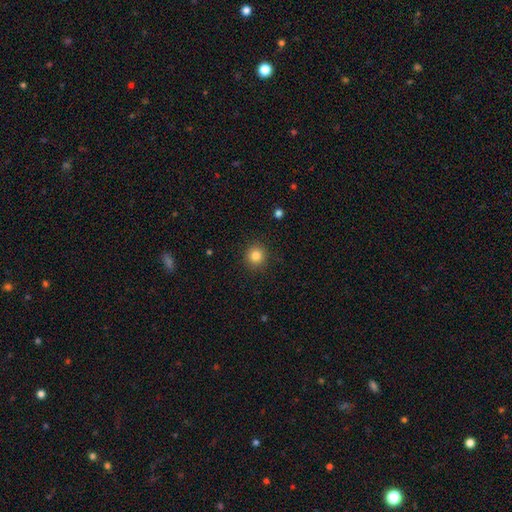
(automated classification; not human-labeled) Q: Smooth or featured?
A: smooth (83%); runner-up: star or artifact (11%)
Q: How rounded?
A: round (93%); runner-up: in between (6%)
Q: Merging?
A: none (91%); runner-up: minor disturbance (6%)